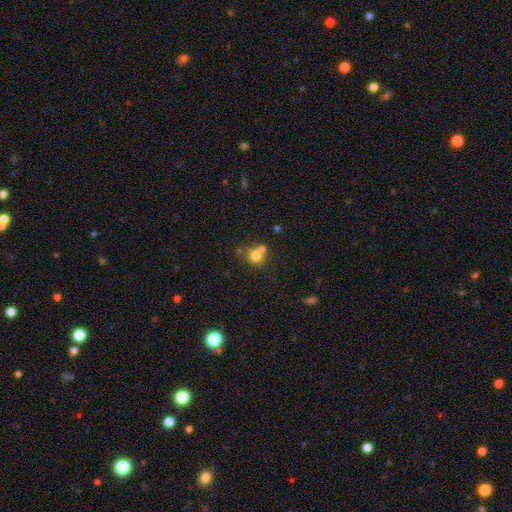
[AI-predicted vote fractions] A smooth galaxy with no disk features (74%) that is round (85%). Merging: none (49%).